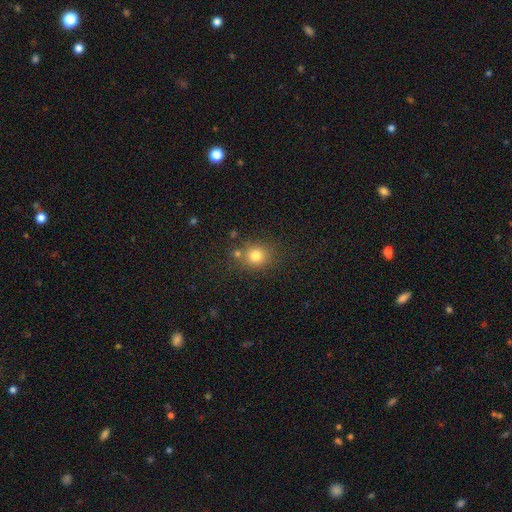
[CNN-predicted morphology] Smooth or featured: smooth — 78% (star or artifact — 14%)
How rounded: round — 80% (in between — 19%)
Merging: none — 75% (minor disturbance — 11%)